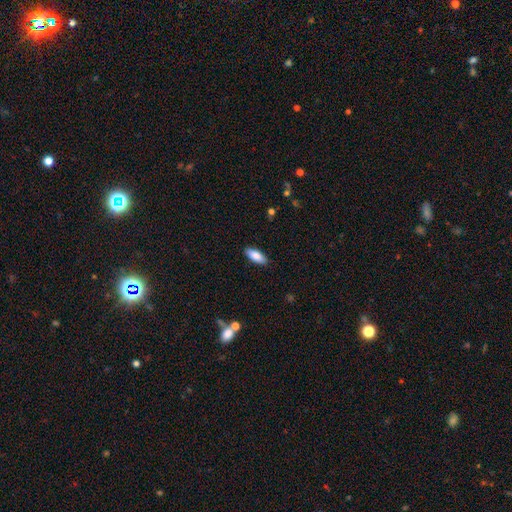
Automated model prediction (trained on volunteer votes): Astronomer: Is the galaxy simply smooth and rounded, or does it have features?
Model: smooth — 84%.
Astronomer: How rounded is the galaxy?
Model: in between — 78%.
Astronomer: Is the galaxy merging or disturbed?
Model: none — 89%.